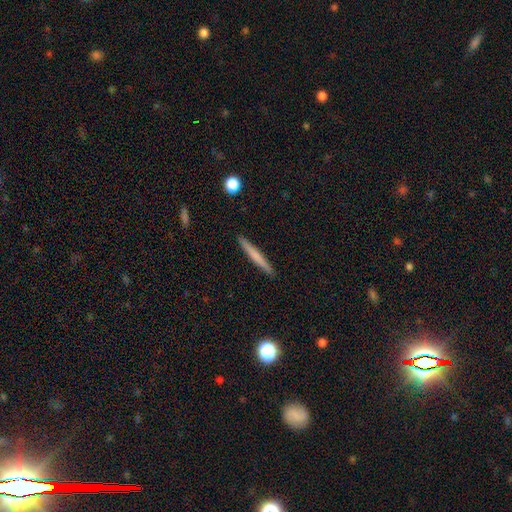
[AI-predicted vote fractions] A smooth galaxy with no disk features (64%) that is cigar-shaped (96%).

Vote fractions:
- Smooth or featured? smooth: 64% / featured or disk: 30% / star or artifact: 6%
- How rounded? cigar-shaped: 96% / in between: 2% / round: 1%
- Merging? none: 92% / minor disturbance: 6% / major disturbance: 1% / merger: 1%